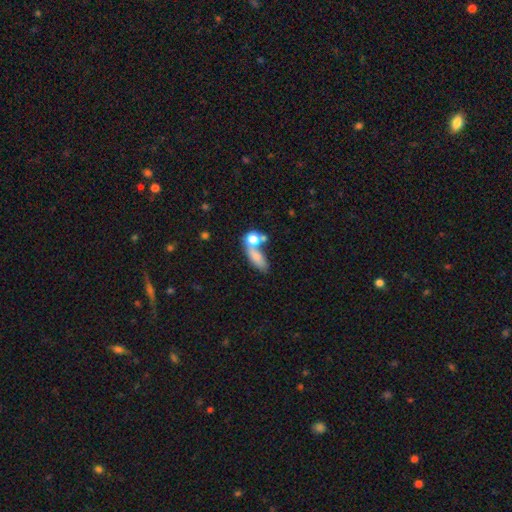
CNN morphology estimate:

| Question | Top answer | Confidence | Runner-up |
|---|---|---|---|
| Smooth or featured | smooth | 73% | featured or disk (15%) |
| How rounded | in between | 58% | cigar-shaped (26%) |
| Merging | none | 39% | merger (36%) |